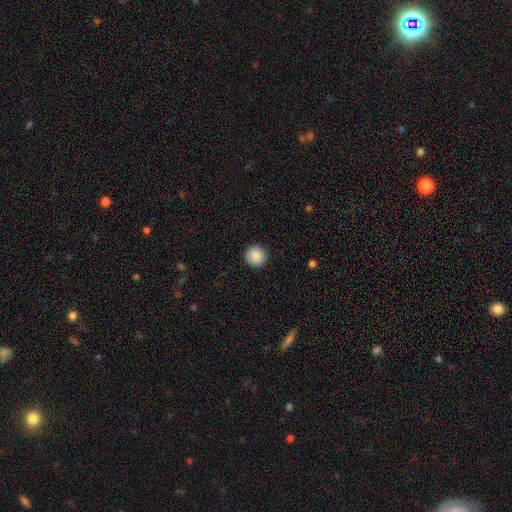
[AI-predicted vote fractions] Overall: smooth (88%). How rounded: round (96%). Merging: none (93%).